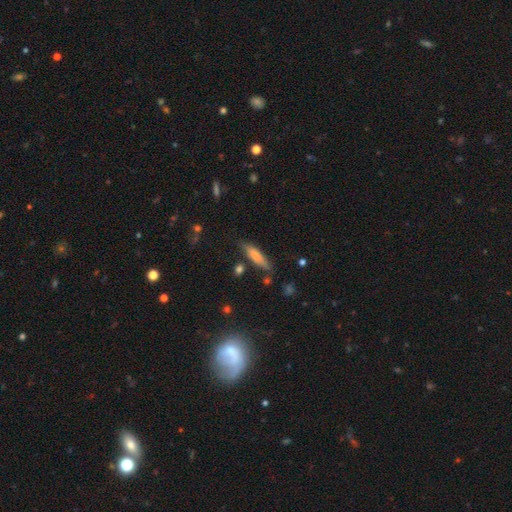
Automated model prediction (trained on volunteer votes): Smooth or featured: smooth — 71% (featured or disk — 22%)
How rounded: cigar-shaped — 71% (in between — 27%)
Merging: none — 72% (minor disturbance — 19%)